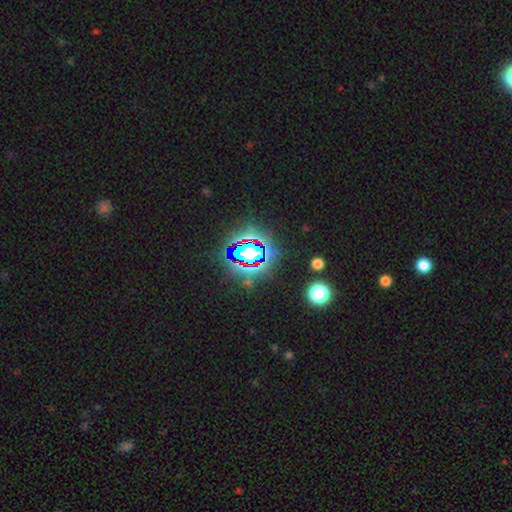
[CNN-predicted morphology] type=star or artifact (82%).